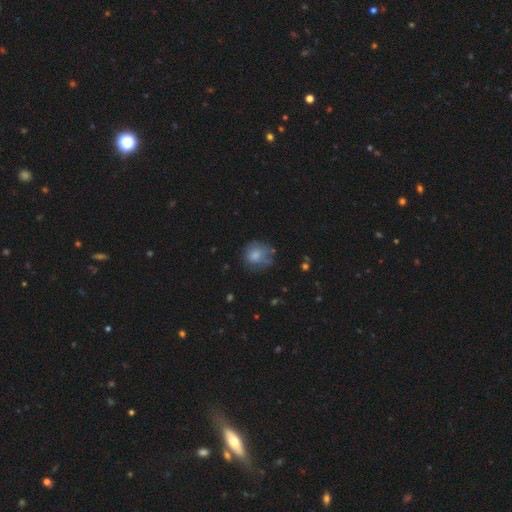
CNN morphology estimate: Overall: smooth (71%). How rounded: round (77%). Merging: none (54%; minor disturbance 27%).